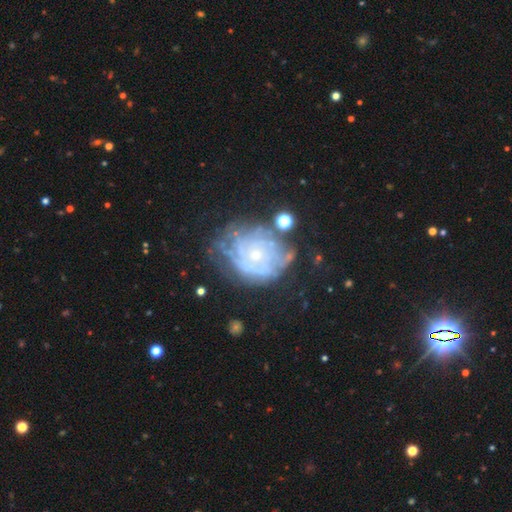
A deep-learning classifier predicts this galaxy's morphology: smooth-or-featured: featured or disk: 76% | smooth: 15% | star or artifact: 10%
  disk-edge-on: no: 97% | yes: 3%
    bar: no: 83% | weak: 14% | strong: 3%
    has-spiral-arms: yes: 77% | no: 23%
      spiral-winding: tight: 71% | medium: 21% | loose: 8%
      spiral-arm-count: can't tell: 58% | 3: 10% | 4: 10% | 2: 10% | more than 4: 8% | 1: 5%
    bulge-size: small: 71% | moderate: 23% | none: 4% | large: 2% | dominant: 1%
  merging: none: 55% | minor disturbance: 23% | major disturbance: 17% | merger: 5%